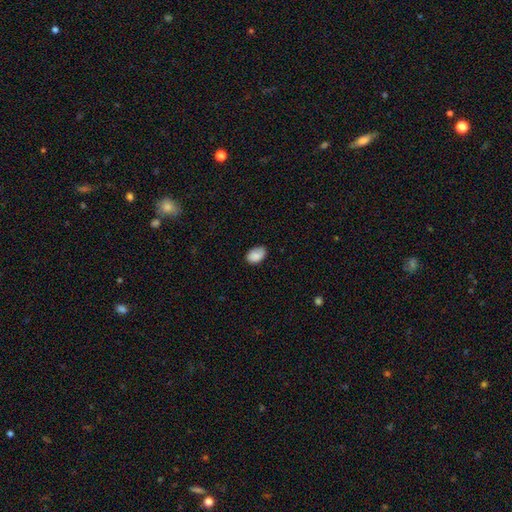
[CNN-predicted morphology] Smooth or featured: smooth — 86% (star or artifact — 7%)
How rounded: in between — 87% (round — 12%)
Merging: none — 74% (minor disturbance — 21%)